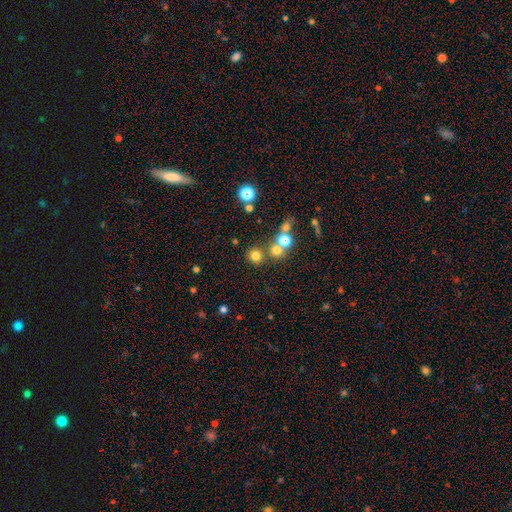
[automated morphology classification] The model was most divided on "smooth or featured": smooth: 73%, star or artifact: 19%, featured or disk: 8%. More confident: how rounded — round (91%); merging — none (73%).